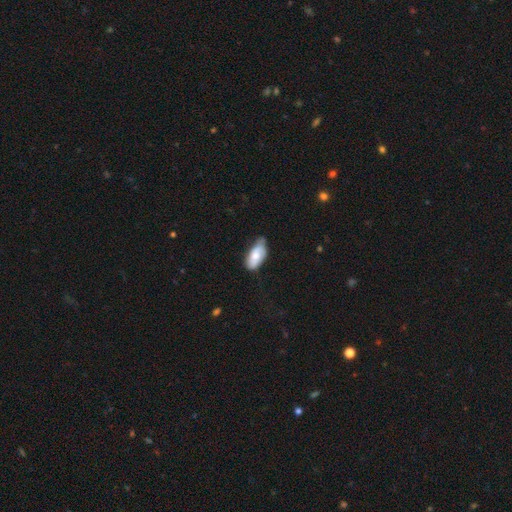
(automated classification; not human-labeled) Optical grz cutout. It shows a smooth galaxy with no disk features (66%) that is in between round and cigar-shaped (91%). Merging: none (48%).